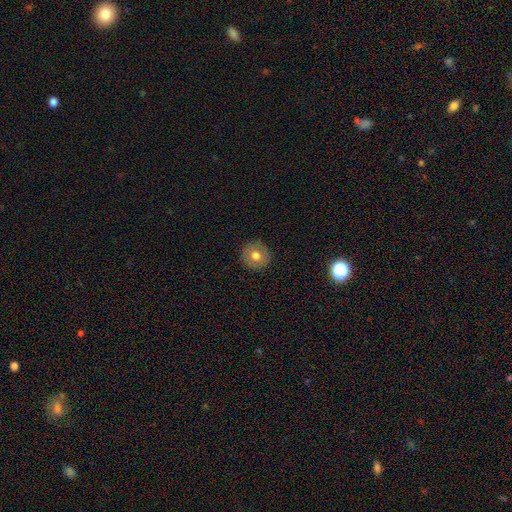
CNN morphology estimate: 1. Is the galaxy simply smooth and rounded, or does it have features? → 68% smooth, 23% featured or disk, 9% star or artifact.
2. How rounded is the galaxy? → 94% round, 5% in between, 1% cigar-shaped.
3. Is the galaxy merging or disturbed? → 90% none, 7% minor disturbance, 2% major disturbance, 1% merger.